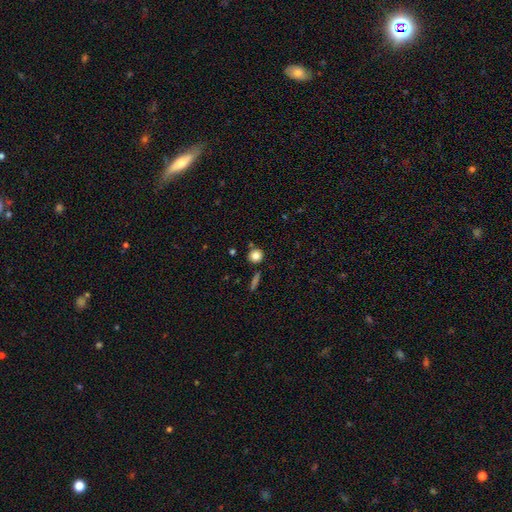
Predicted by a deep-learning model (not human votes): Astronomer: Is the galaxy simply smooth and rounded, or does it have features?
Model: smooth — 82%.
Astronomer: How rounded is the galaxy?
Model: round — 91%.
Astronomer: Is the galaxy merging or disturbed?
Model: none — 81%.